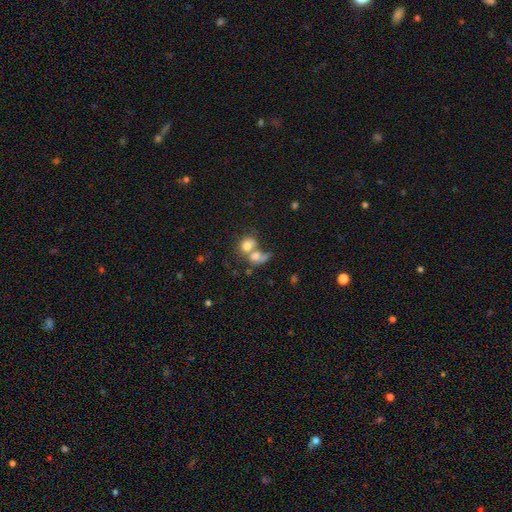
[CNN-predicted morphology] type=smooth (51%); roundness=round (59%); merging=merger (48%).